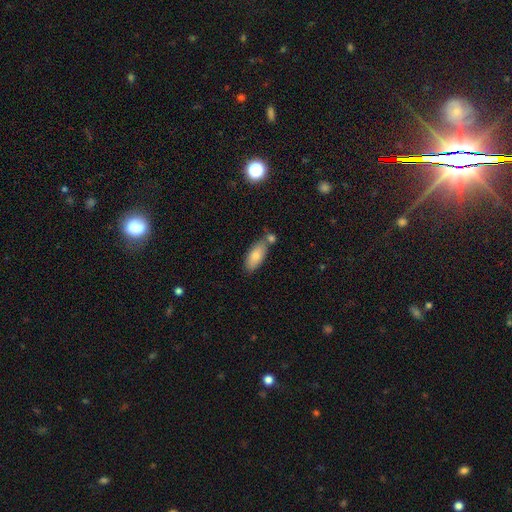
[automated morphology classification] smooth 78%, featured or disk 16%, star or artifact 7%. Down the decision tree: how rounded — in between (87%); merging — none (60%).